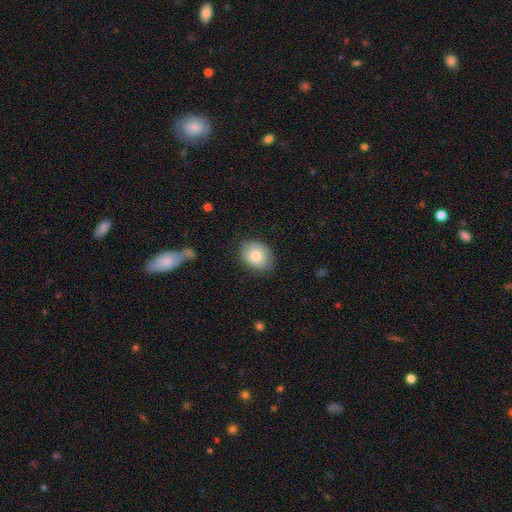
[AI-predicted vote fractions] A smooth galaxy with no disk features (76%) that is in between round and cigar-shaped (66%).

Vote fractions:
- Smooth or featured? smooth: 76% / featured or disk: 17% / star or artifact: 7%
- How rounded? in between: 66% / round: 33% / cigar-shaped: 1%
- Merging? none: 76% / minor disturbance: 19% / major disturbance: 4% / merger: 1%